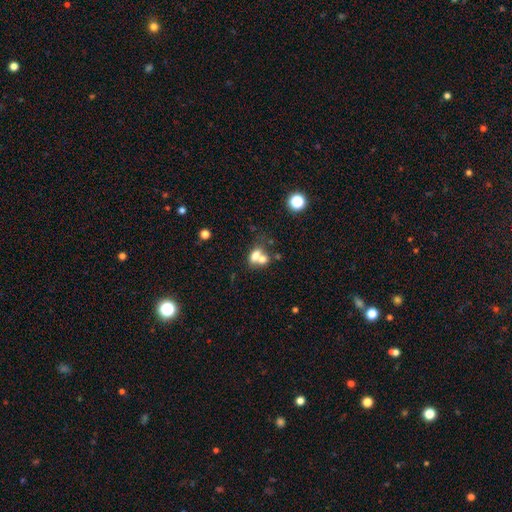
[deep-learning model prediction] Overall: smooth (67%). How rounded: in between (59%; round 39%). Merging: merger (63%; none 25%).